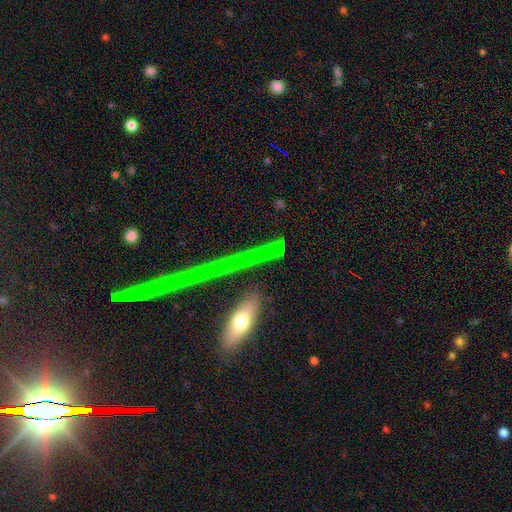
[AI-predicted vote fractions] Smooth or featured? Predicted: star or artifact (p=0.35).